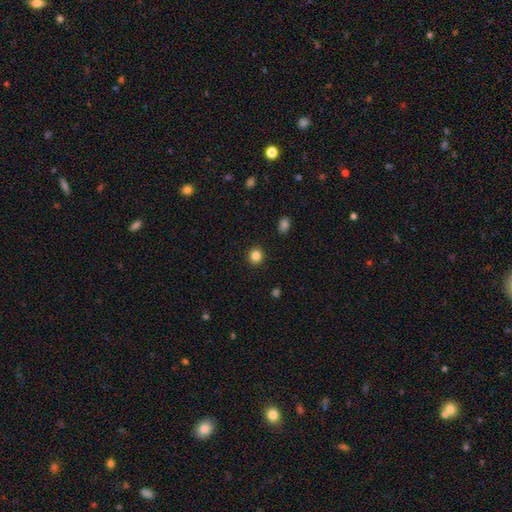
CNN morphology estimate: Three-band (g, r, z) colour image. It shows a smooth galaxy with no disk features (84%) that is round (91%). Merging: none (92%).